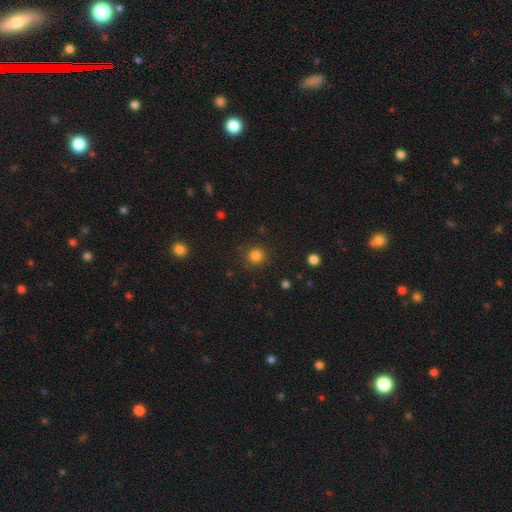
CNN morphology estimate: A smooth galaxy with no disk features (83%) that is round (93%).

Vote fractions:
- Smooth or featured? smooth: 83% / star or artifact: 13% / featured or disk: 4%
- How rounded? round: 93% / in between: 6% / cigar-shaped: 1%
- Merging? none: 89% / minor disturbance: 7% / major disturbance: 3% / merger: 1%